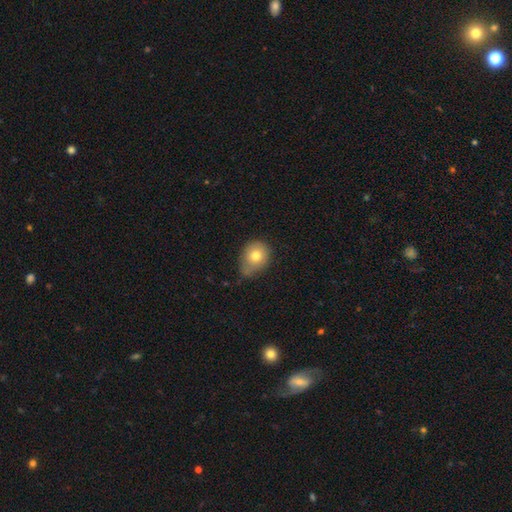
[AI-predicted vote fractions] Overall: smooth (76%). How rounded: round (57%; in between 42%). Merging: none (43%; minor disturbance 41%).